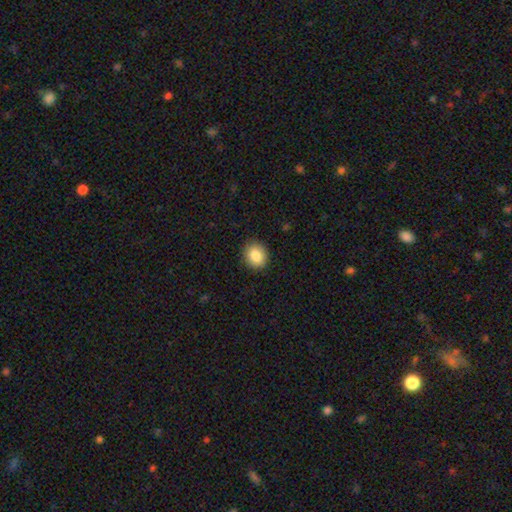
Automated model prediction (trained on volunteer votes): Morphology: type=smooth (86%); roundness=round (68%); merging=none (90%).